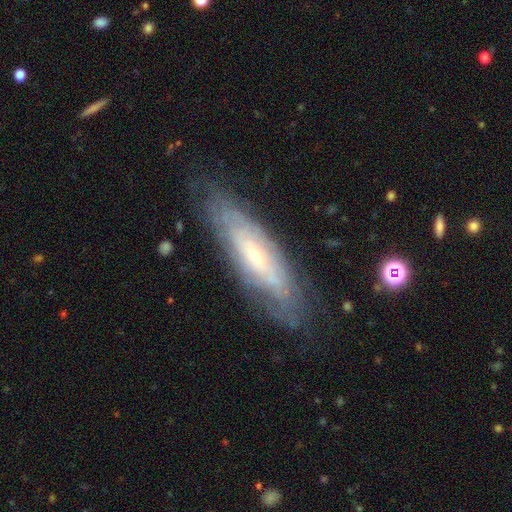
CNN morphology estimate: Q: Smooth or featured?
A: featured or disk (72%); runner-up: smooth (21%)
Q: Edge-on disk?
A: no (71%); runner-up: yes (29%)
Q: Bar?
A: no (68%); runner-up: weak (24%)
Q: Spiral arms?
A: yes (74%); runner-up: no (26%)
Q: Bulge size?
A: small (71%); runner-up: moderate (25%)
Q: Merging?
A: none (76%); runner-up: minor disturbance (17%)